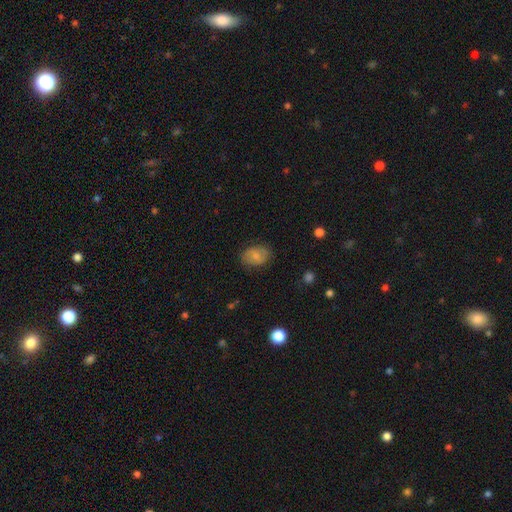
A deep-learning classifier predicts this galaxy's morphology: smooth-or-featured: smooth: 67% | featured or disk: 24% | star or artifact: 8%
  how-rounded: in between: 73% | round: 26% | cigar-shaped: 1%
  merging: none: 78% | minor disturbance: 16% | major disturbance: 4% | merger: 1%